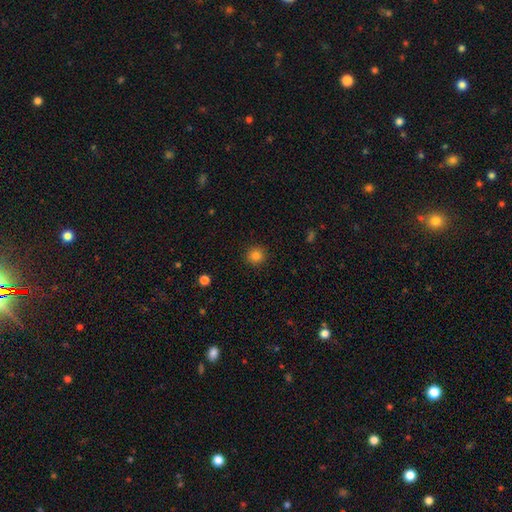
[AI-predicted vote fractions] Q: Smooth or featured?
A: smooth (82%); runner-up: star or artifact (13%)
Q: How rounded?
A: round (94%); runner-up: in between (5%)
Q: Merging?
A: none (92%); runner-up: minor disturbance (6%)